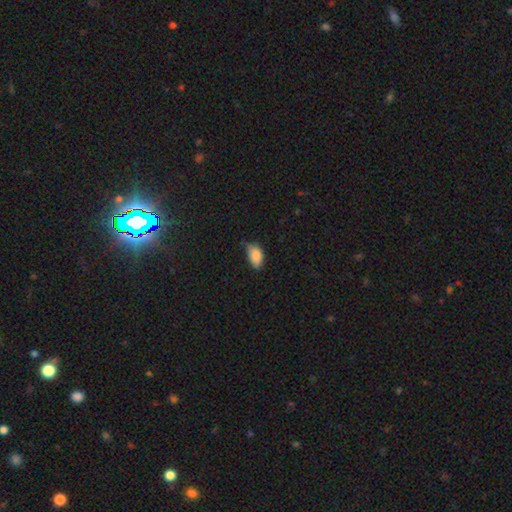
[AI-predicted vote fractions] smooth-or-featured: smooth: 85% | star or artifact: 8% | featured or disk: 7%
  how-rounded: in between: 92% | round: 5% | cigar-shaped: 2%
  merging: none: 51% | minor disturbance: 40% | major disturbance: 6% | merger: 2%